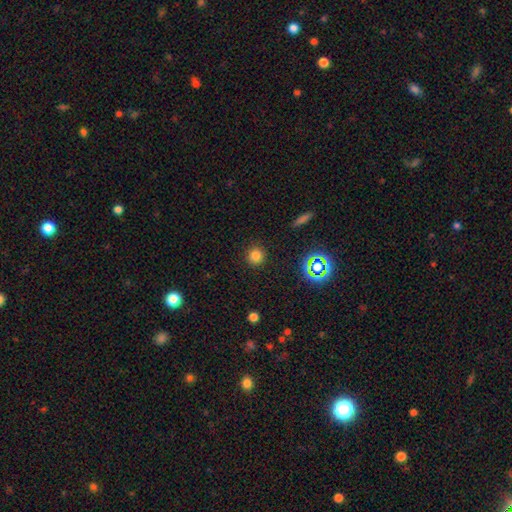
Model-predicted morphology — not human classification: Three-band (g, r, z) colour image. It shows a smooth galaxy with no disk features (78%) that is round (94%). Merging: none (91%).